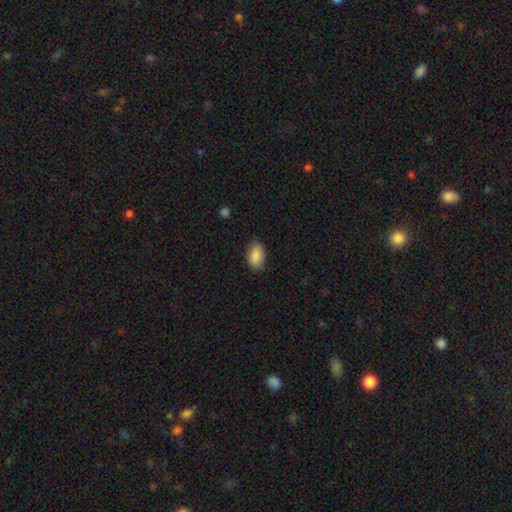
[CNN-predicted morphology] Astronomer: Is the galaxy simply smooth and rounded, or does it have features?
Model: smooth — 89%.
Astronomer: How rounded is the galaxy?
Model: in between — 91%.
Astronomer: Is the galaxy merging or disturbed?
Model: none — 86%.